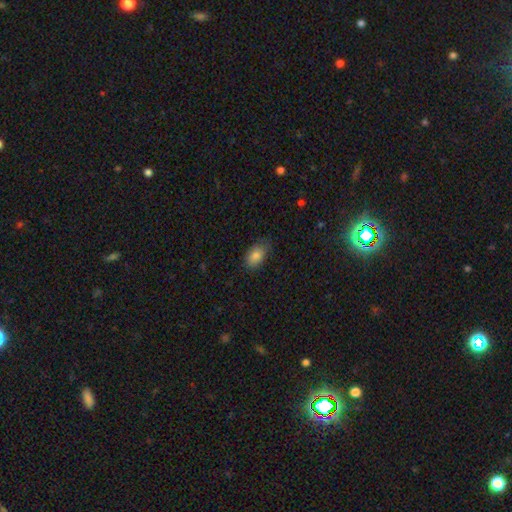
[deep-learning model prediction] Q: Smooth or featured?
A: smooth (84%); runner-up: star or artifact (8%)
Q: How rounded?
A: in between (89%); runner-up: round (10%)
Q: Merging?
A: none (72%); runner-up: minor disturbance (23%)